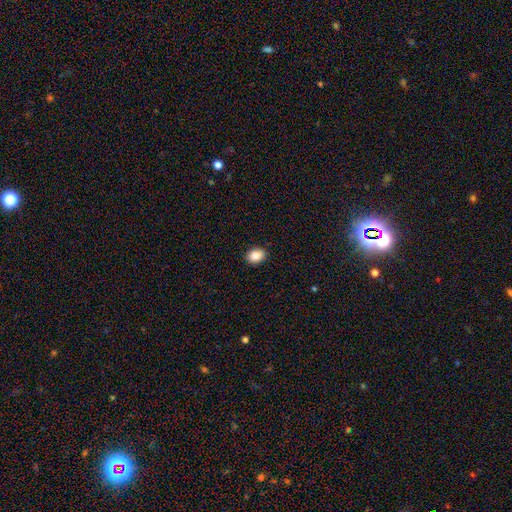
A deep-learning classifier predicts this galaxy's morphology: The model was most divided on "how rounded": in between: 66%, round: 33%, cigar-shaped: 1%. More confident: merging — none (90%); smooth or featured — smooth (88%).